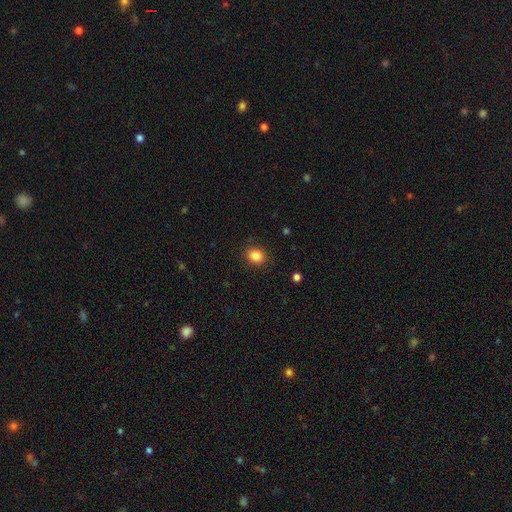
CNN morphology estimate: smooth_or_featured: smooth (p=0.86) [alt: star or artifact p=0.10]
how_rounded: round (p=0.63) [alt: in between p=0.36]
merging: none (p=0.89) [alt: minor disturbance p=0.08]